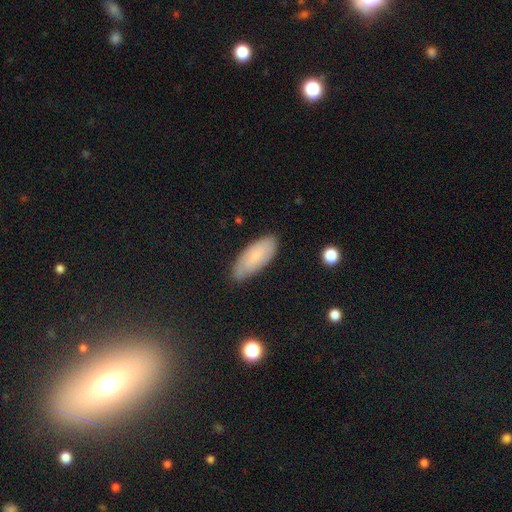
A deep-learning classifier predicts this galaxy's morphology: A smooth galaxy with no disk features (70%) that is in between round and cigar-shaped (83%). Merging: none (76%).